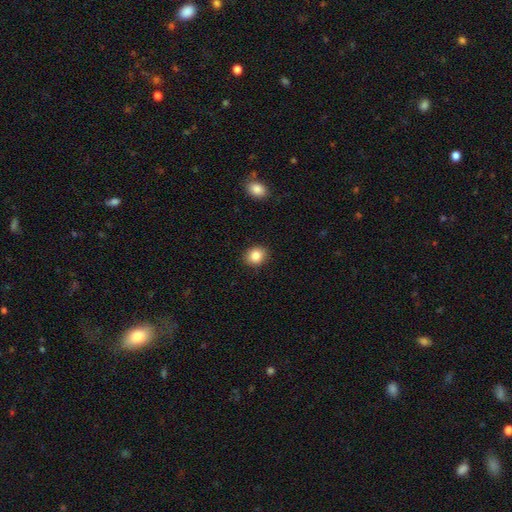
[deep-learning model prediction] This appears to be a smooth galaxy with no disk features (86%) that is round (68%). Merging: none (90%).